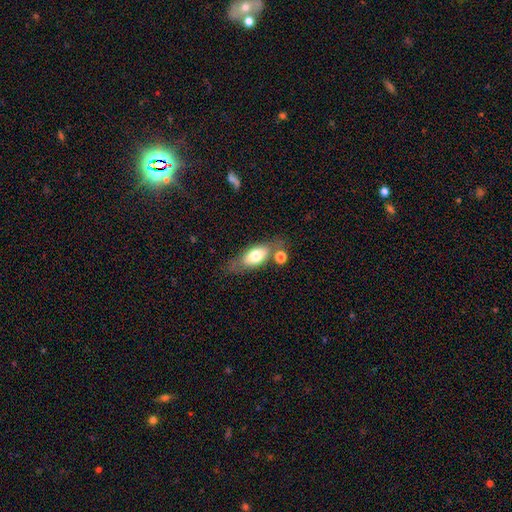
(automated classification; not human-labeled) Smooth or featured: smooth — 69% (featured or disk — 24%)
How rounded: in between — 79% (cigar-shaped — 16%)
Merging: none — 58% (minor disturbance — 18%)